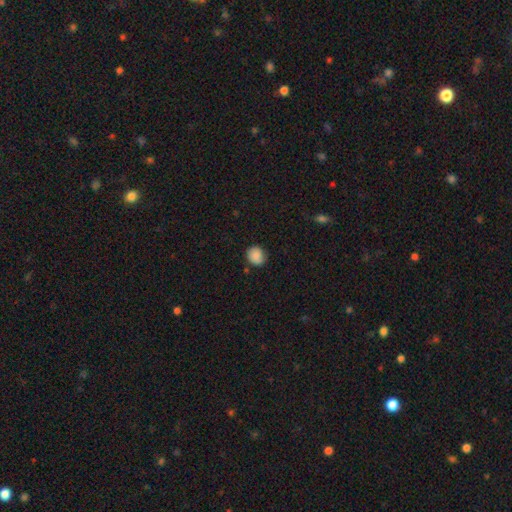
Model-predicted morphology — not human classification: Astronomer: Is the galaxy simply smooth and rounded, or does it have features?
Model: smooth — 87%.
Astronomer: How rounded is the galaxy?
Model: round — 78%.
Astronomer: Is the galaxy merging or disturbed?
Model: none — 80%.